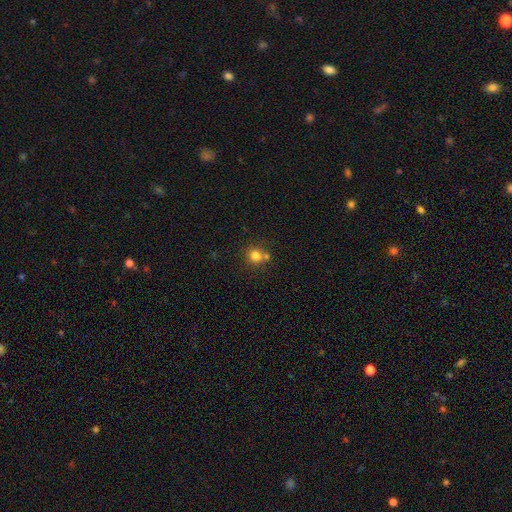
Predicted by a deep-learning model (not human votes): A smooth galaxy with no disk features (79%) that is round (81%). Merging: none (57%).